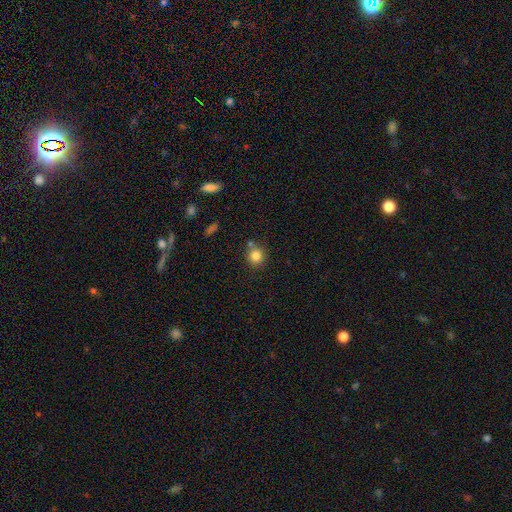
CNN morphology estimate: smooth-or-featured: smooth: 82% | star or artifact: 11% | featured or disk: 7%
  how-rounded: round: 86% | in between: 13% | cigar-shaped: 1%
  merging: none: 73% | merger: 13% | minor disturbance: 11% | major disturbance: 3%